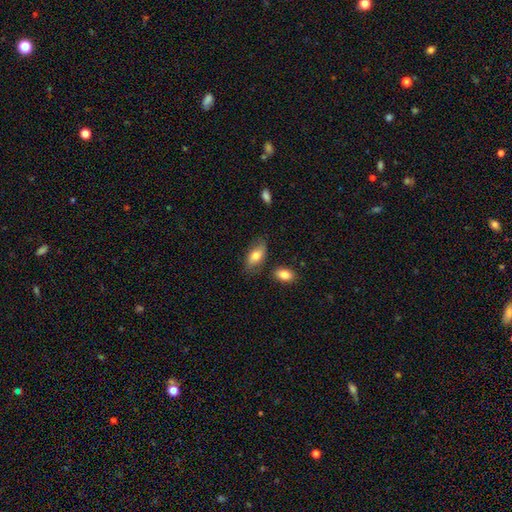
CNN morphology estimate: A smooth galaxy with no disk features (72%) that is in between round and cigar-shaped (89%). Merging: none (71%).